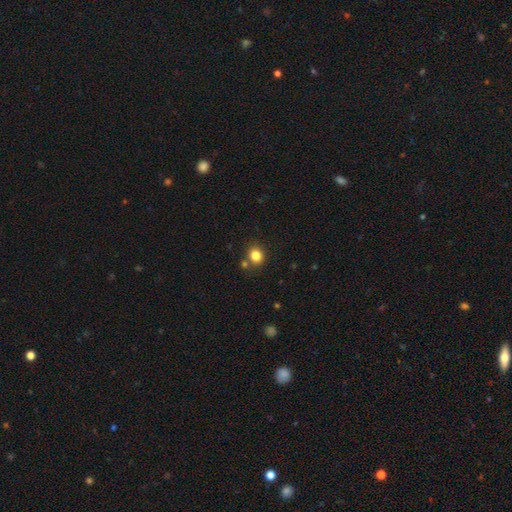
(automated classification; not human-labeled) smooth-or-featured: smooth: 82% | star or artifact: 12% | featured or disk: 6%
  how-rounded: round: 75% | in between: 24% | cigar-shaped: 1%
  merging: none: 76% | merger: 11% | minor disturbance: 10% | major disturbance: 3%